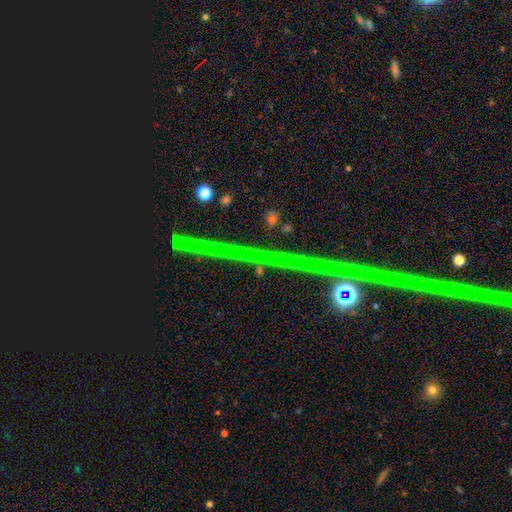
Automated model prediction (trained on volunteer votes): This appears to be a star or artifact, not a galaxy (83%).